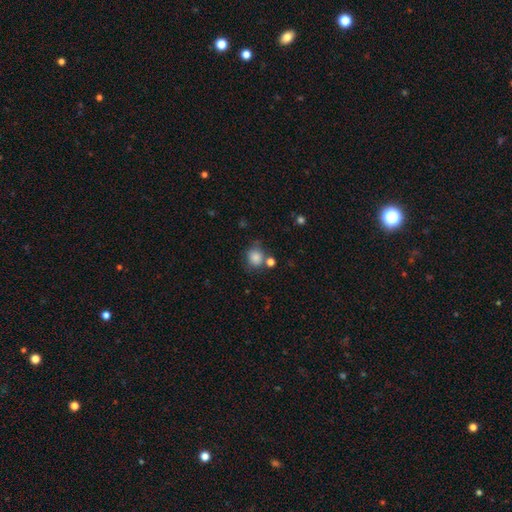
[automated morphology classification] Overall: smooth (84%). How rounded: round (80%). Merging: none (65%).